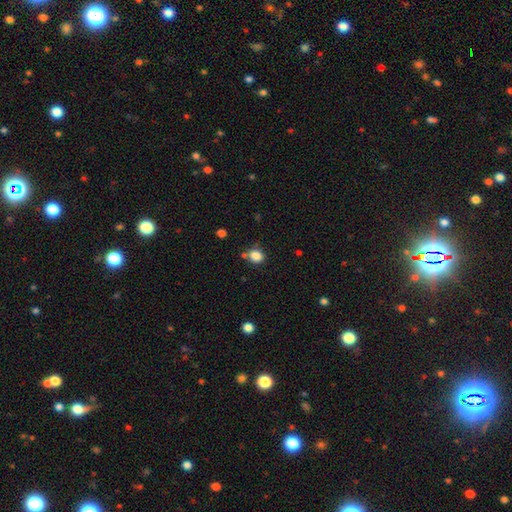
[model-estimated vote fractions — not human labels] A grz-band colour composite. It shows a smooth galaxy with no disk features (85%) that is round (70%). Merging: none (74%).